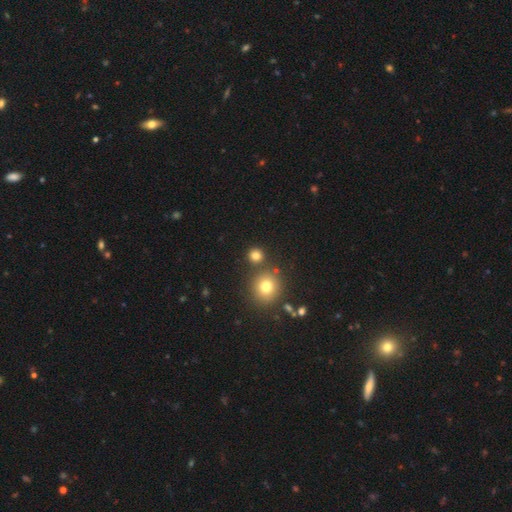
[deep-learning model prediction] Overall: smooth (78%). How rounded: round (91%). Merging: none (81%).